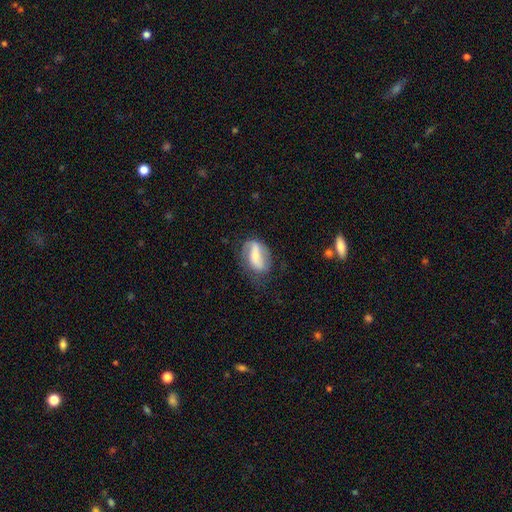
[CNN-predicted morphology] The model was most divided on "bulge size": moderate: 41%, small: 40%, large: 9%, none: 7%, dominant: 2%. Remaining: edge-on disk — no (93%); spiral arms — yes (77%); smooth or featured — featured or disk (58%); merging — none (54%); bar — strong (44%).